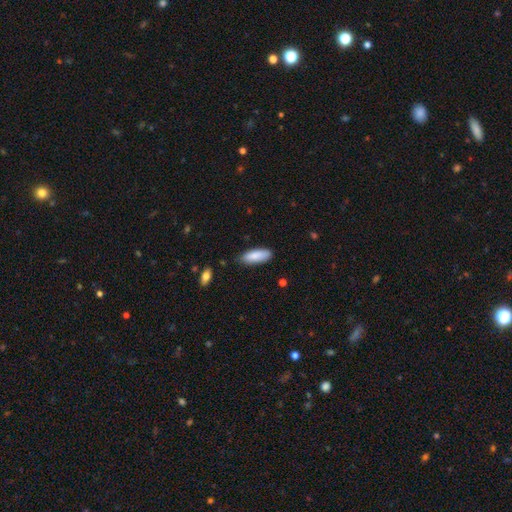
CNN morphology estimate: Smooth or featured? Predicted: smooth (p=0.87). How rounded? Predicted: in between (p=0.67). Merging? Predicted: none (p=0.79).